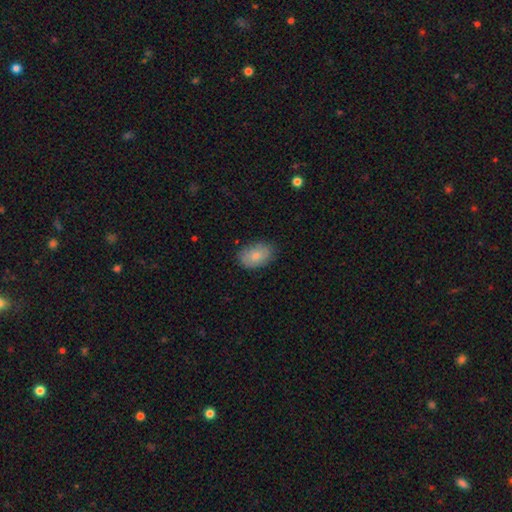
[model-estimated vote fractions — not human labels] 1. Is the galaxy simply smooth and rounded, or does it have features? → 81% smooth, 12% featured or disk, 7% star or artifact.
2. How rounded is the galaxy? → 86% in between, 13% round, 1% cigar-shaped.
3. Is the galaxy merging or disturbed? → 80% none, 15% minor disturbance, 3% major disturbance, 1% merger.